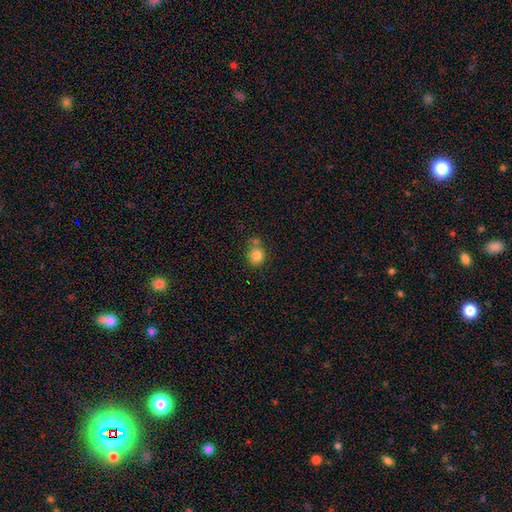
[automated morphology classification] smooth-or-featured: smooth: 83% | star or artifact: 10% | featured or disk: 7%
  how-rounded: round: 83% | in between: 16% | cigar-shaped: 1%
  merging: none: 58% | merger: 24% | minor disturbance: 14% | major disturbance: 4%